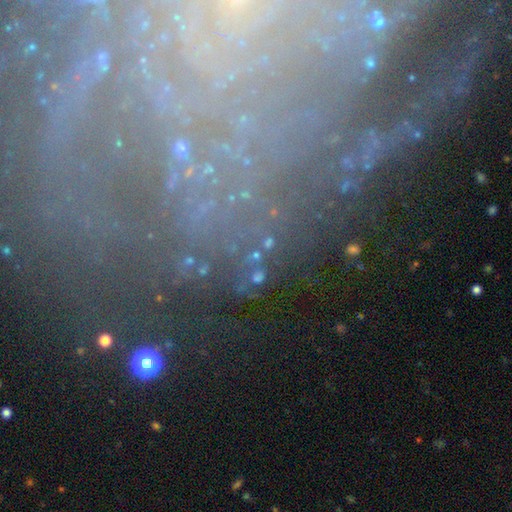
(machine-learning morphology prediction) This appears to be a star or artifact, not a galaxy (48%).